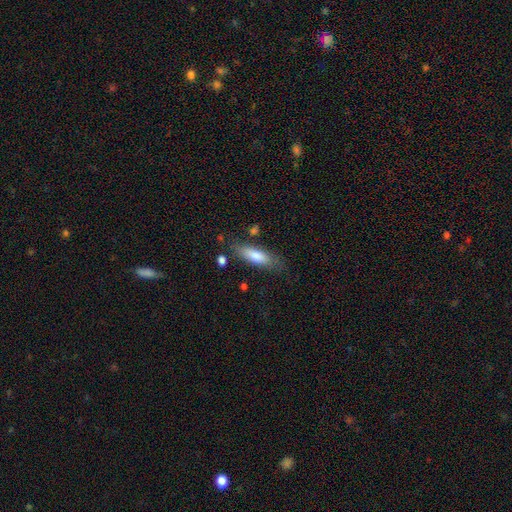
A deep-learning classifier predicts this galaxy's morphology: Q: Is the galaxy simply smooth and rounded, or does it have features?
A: smooth — 77%.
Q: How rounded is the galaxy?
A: cigar-shaped — 49%, tied with in between.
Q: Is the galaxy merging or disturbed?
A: none — 73%.